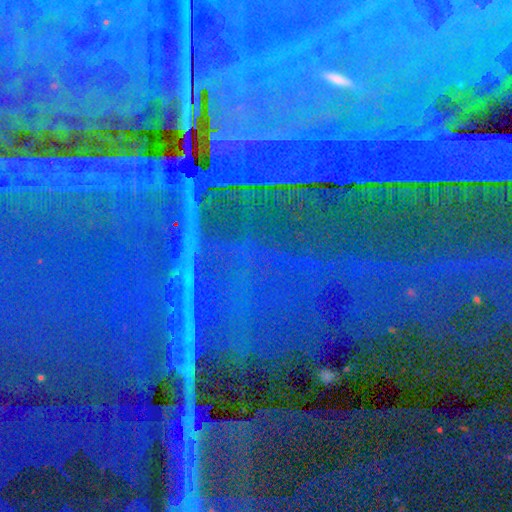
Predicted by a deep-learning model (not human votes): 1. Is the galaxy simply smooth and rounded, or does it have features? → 89% star or artifact, 6% featured or disk, 5% smooth.